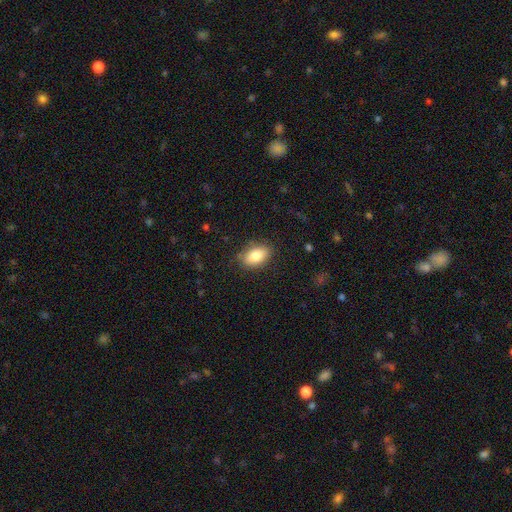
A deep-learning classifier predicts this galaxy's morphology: type=smooth (84%); roundness=in between (90%); merging=none (82%).